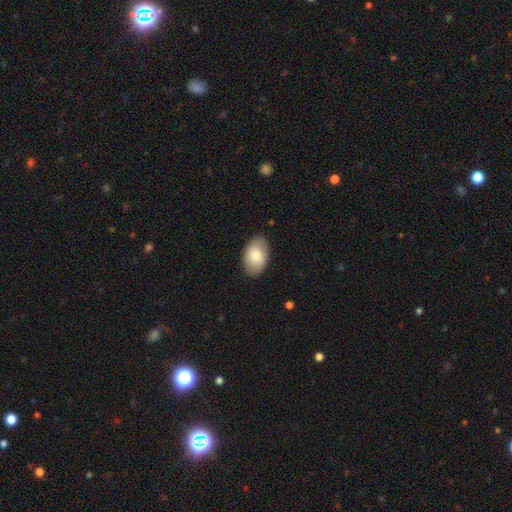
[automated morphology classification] smooth_or_featured: smooth (p=0.78) [alt: featured or disk p=0.16]
how_rounded: in between (p=0.91) [alt: round p=0.08]
merging: none (p=0.85) [alt: minor disturbance p=0.11]